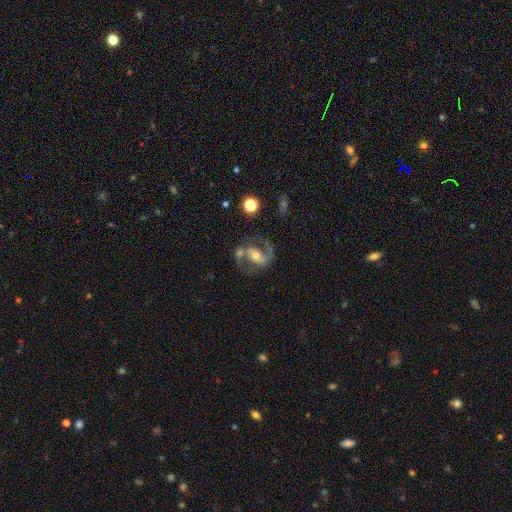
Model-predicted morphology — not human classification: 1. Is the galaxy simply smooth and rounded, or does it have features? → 85% featured or disk, 9% smooth, 6% star or artifact.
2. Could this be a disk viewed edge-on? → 97% no, 3% yes.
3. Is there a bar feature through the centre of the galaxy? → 36% weak (tied), 36% no (tied), 27% strong.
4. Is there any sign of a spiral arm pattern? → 94% yes, 6% no.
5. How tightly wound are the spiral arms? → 59% medium, 24% loose, 17% tight.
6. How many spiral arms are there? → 89% 2, 5% 1, 3% can't tell, 1% 3, 1% 4, 1% more than 4.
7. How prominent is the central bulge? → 64% moderate, 26% small, 6% large, 2% none, 1% dominant.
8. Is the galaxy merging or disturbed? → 58% none, 16% merger, 15% minor disturbance, 11% major disturbance.